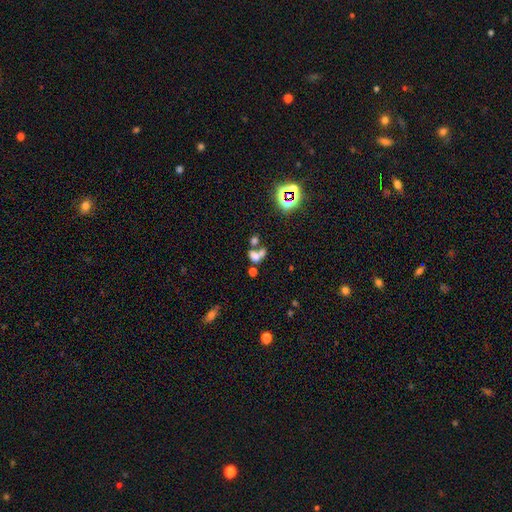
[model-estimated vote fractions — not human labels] Smooth or featured: smooth — 57% (star or artifact — 22%)
How rounded: in between — 69% (round — 27%)
Merging: merger — 63% (none — 22%)